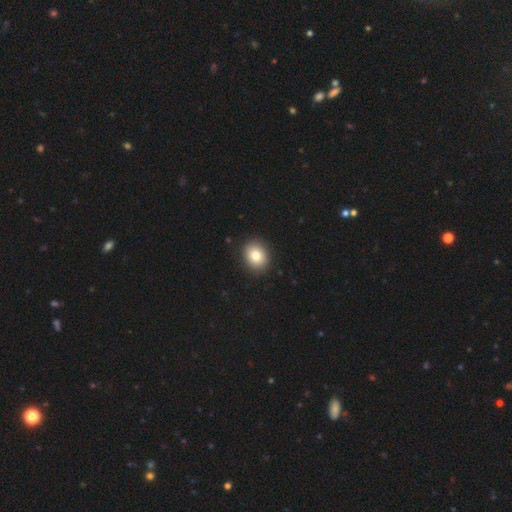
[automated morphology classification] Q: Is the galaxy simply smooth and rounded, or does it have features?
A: smooth — 84%.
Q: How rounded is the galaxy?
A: round — 58%.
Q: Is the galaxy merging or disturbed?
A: none — 91%.